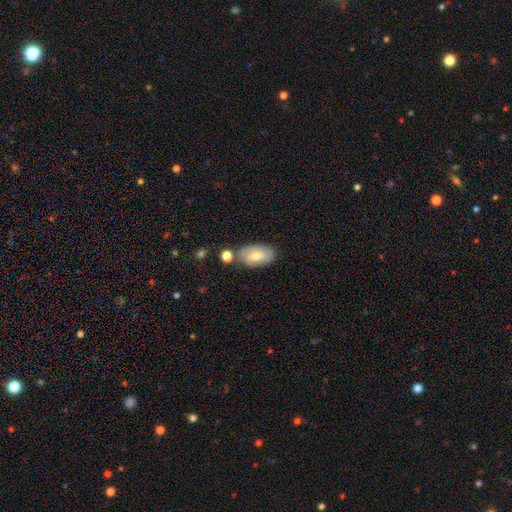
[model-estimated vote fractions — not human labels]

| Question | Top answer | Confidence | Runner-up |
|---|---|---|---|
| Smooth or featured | smooth | 62% | featured or disk (31%) |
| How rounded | in between | 93% | round (5%) |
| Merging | none | 67% | minor disturbance (17%) |